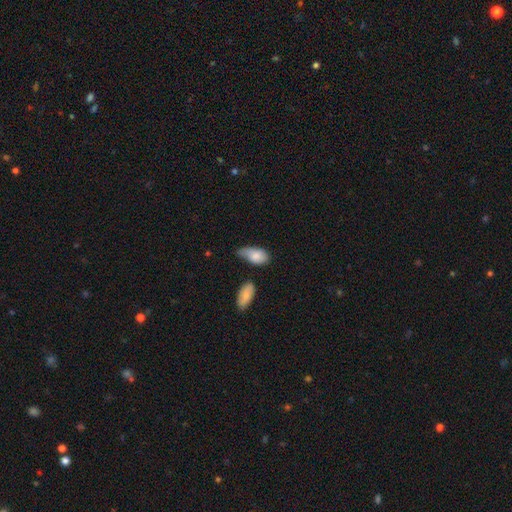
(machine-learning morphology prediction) Smooth or featured? Predicted: smooth (p=0.80). How rounded? Predicted: in between (p=0.92). Merging? Predicted: minor disturbance (p=0.47).